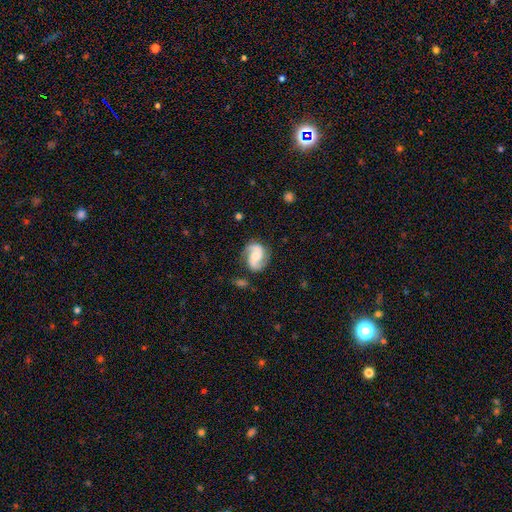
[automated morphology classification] Overall: featured or disk (83%). Edge-on disk: no (98%). Bar: no (54%; weak 35%). Spiral arms: yes (97%). Spiral arm count: 2 (92%). Spiral winding: medium (48%; loose 33%). Bulge size: moderate (50%; small 35%). Merging: none (77%).